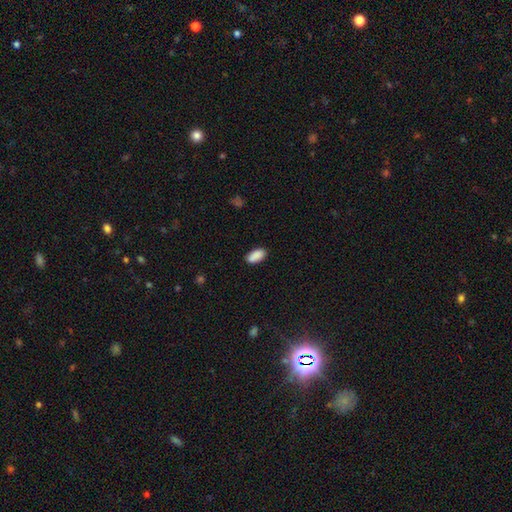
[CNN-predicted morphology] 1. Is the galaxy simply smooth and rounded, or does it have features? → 90% smooth, 7% star or artifact, 3% featured or disk.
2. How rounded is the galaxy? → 93% in between, 4% cigar-shaped, 2% round.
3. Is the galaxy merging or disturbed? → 86% none, 10% minor disturbance, 2% major disturbance, 1% merger.